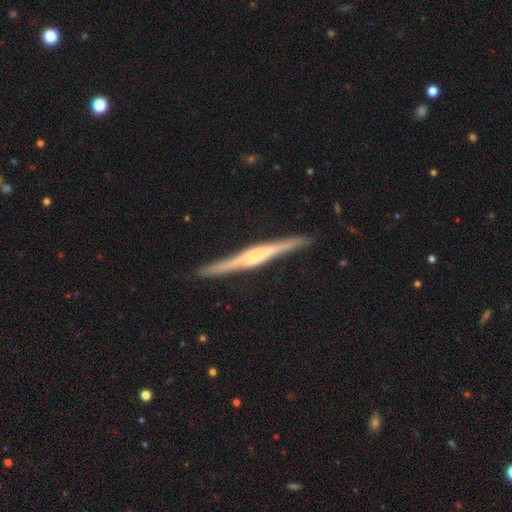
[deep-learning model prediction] Morphology: type=featured or disk (83%); edge-on=yes (98%); edge-on bulge=boxy (46%); merging=none (91%).